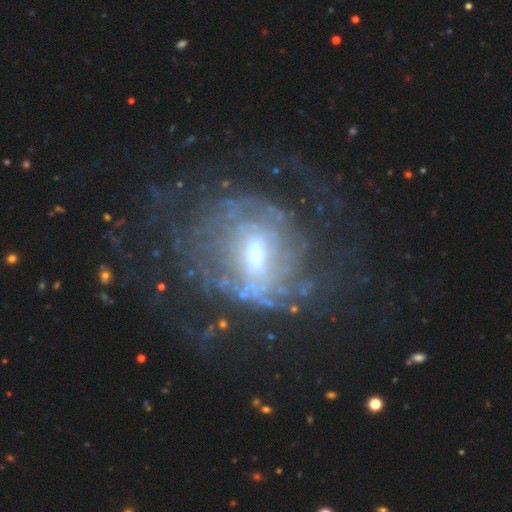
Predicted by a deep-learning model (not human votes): This is likely a featured or disk galaxy (78%). It is clearly not viewed edge-on (96%). Bar: possibly weak (45%). Spiral arm pattern: likely yes (75%). Spiral arm count: possibly can't tell (52%). Spiral winding: possibly tight (47%). Central bulge: possibly small (47%). Merging: possibly none (57%).